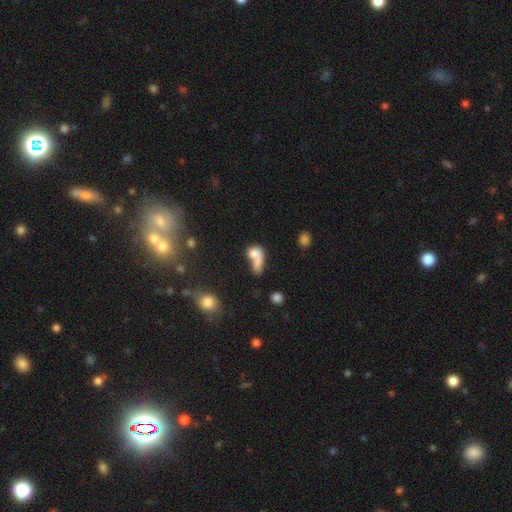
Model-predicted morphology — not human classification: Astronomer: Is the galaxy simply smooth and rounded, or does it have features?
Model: smooth — 70%.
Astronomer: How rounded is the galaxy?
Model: in between — 64%.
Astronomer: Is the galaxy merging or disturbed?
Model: merger — 58%.